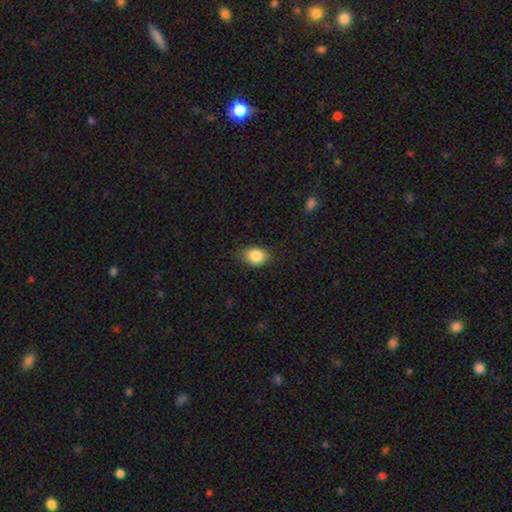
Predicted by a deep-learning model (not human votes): smooth-or-featured: smooth: 86% | star or artifact: 8% | featured or disk: 6%
  how-rounded: in between: 68% | round: 31% | cigar-shaped: 1%
  merging: none: 78% | minor disturbance: 18% | major disturbance: 3% | merger: 1%